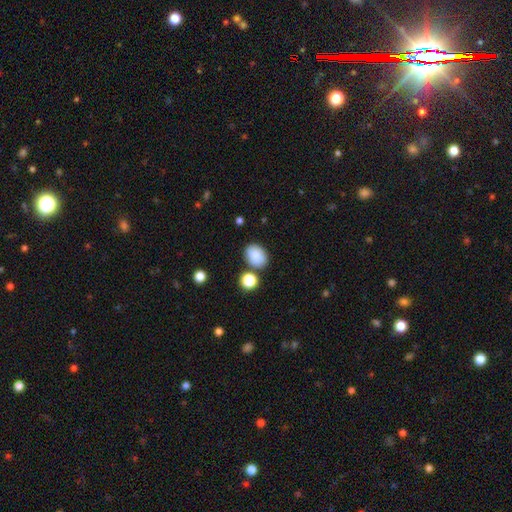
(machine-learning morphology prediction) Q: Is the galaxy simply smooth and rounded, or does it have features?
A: smooth — 86%.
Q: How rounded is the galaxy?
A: in between — 74%.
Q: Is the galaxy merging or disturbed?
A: none — 76%.